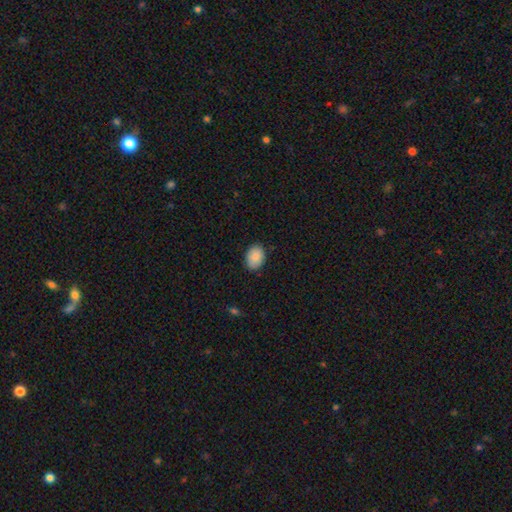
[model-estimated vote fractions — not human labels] A smooth galaxy with no disk features (88%) that is in between round and cigar-shaped (77%).

Vote fractions:
- Smooth or featured? smooth: 88% / star or artifact: 7% / featured or disk: 5%
- How rounded? in between: 77% / round: 22% / cigar-shaped: 1%
- Merging? none: 85% / minor disturbance: 12% / major disturbance: 2% / merger: 1%